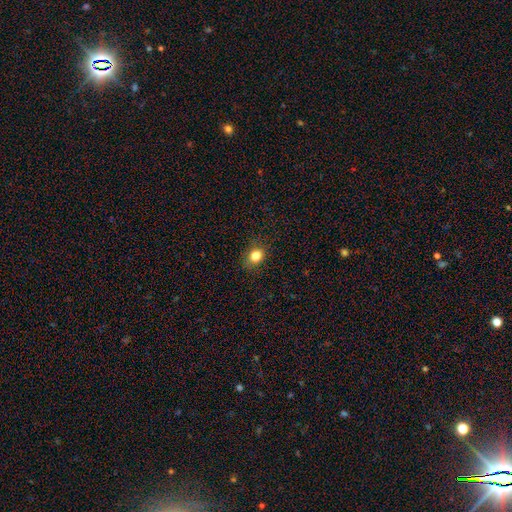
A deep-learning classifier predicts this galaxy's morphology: Smooth or featured: smooth — 82% (star or artifact — 12%)
How rounded: round — 55% (in between — 44%)
Merging: none — 85% (minor disturbance — 11%)